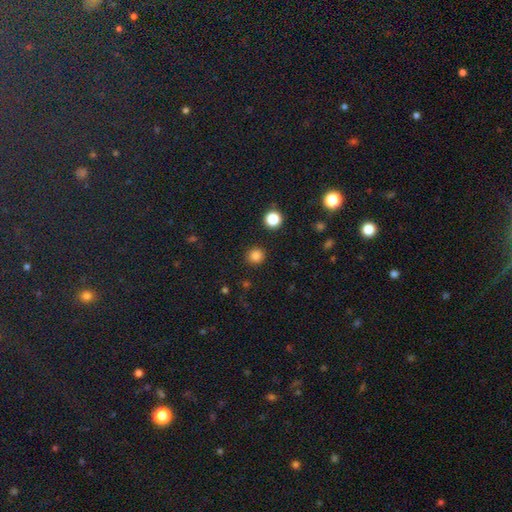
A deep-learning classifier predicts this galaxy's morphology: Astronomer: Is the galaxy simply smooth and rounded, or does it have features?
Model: smooth — 83%.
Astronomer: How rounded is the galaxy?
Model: round — 93%.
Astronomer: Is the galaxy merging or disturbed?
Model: none — 91%.